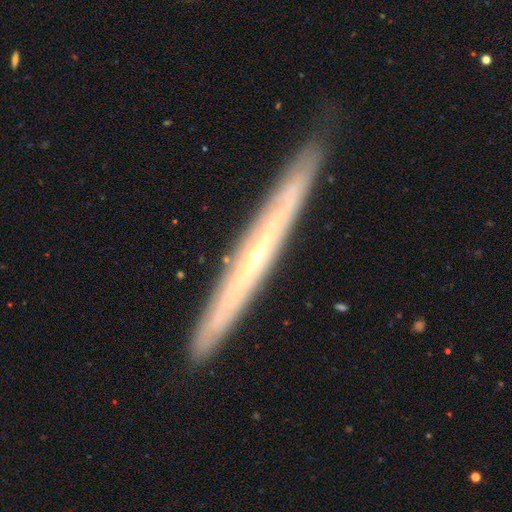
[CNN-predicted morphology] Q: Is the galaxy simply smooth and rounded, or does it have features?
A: featured or disk — 77%.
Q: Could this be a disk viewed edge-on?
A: yes — 91%.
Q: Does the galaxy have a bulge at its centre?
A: rounded — 54%.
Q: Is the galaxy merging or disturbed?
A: none — 88%.